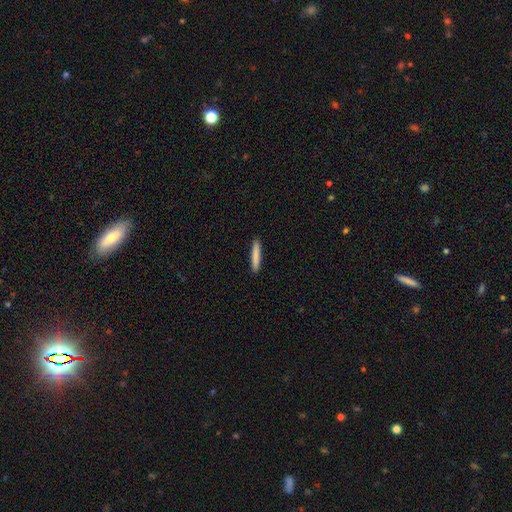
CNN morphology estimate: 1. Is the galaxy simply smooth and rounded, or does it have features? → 84% smooth, 11% featured or disk, 6% star or artifact.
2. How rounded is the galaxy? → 94% cigar-shaped, 5% in between, 1% round.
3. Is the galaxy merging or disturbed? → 92% none, 6% minor disturbance, 1% major disturbance, 1% merger.